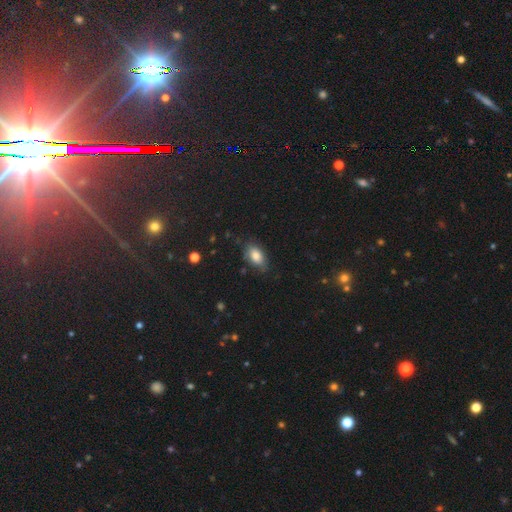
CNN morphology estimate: Smooth or featured? Predicted: smooth (p=0.81). How rounded? Predicted: in between (p=0.90). Merging? Predicted: none (p=0.74).